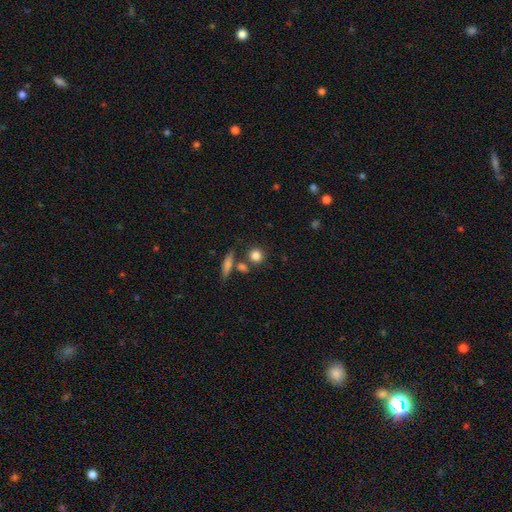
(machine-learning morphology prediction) This is clearly a smooth galaxy (82%). How rounded: clearly round (84%). Merging: likely none (71%).